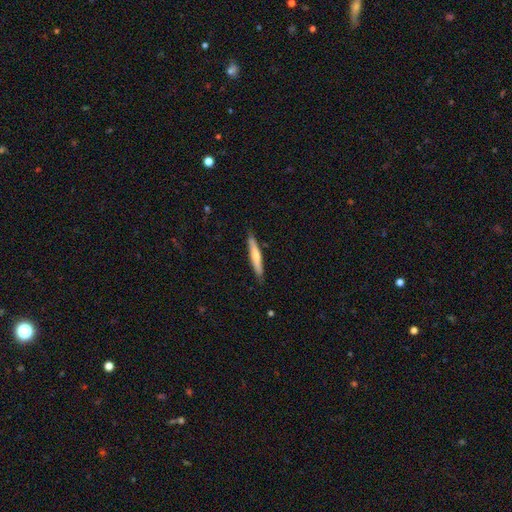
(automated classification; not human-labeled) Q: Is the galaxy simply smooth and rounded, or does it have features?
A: smooth — 58%.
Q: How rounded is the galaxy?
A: cigar-shaped — 93%.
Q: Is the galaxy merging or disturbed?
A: none — 87%.